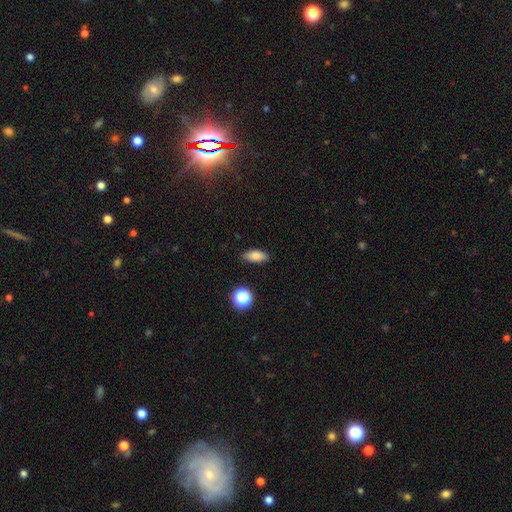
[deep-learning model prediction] Smooth or featured?
  - smooth: 81% *
  - star or artifact: 10%
  - featured or disk: 9%
How rounded?
  - in between: 82% *
  - cigar-shaped: 12%
  - round: 5%
Merging?
  - none: 83% *
  - minor disturbance: 13%
  - major disturbance: 3%
  - merger: 2%